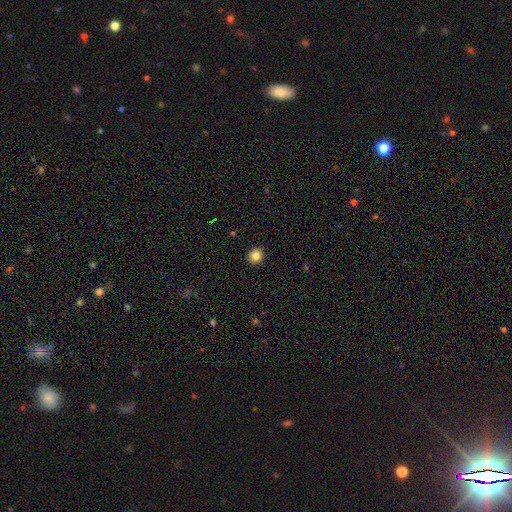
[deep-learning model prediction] smooth_or_featured: smooth (p=0.84) [alt: star or artifact p=0.11]
how_rounded: round (p=0.91) [alt: in between p=0.08]
merging: none (p=0.92) [alt: minor disturbance p=0.05]